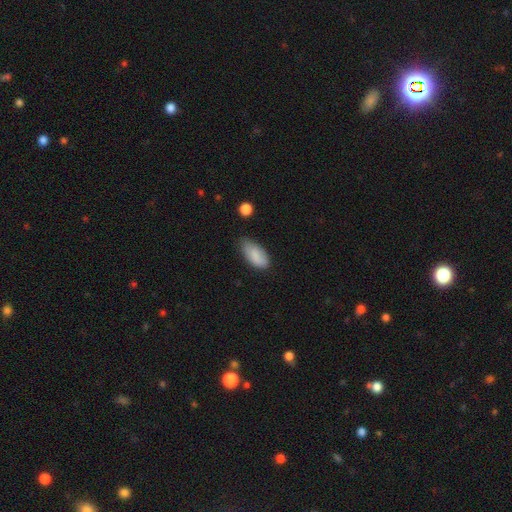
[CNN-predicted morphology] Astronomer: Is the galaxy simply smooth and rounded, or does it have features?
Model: smooth — 84%.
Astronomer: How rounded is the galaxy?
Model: in between — 91%.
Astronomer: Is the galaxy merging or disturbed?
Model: none — 60%.